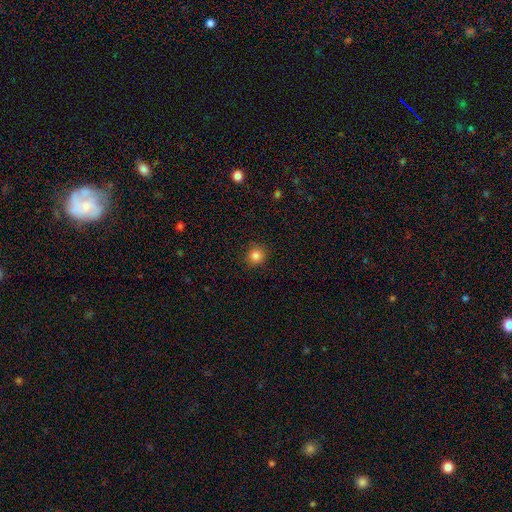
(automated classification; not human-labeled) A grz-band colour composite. It shows a smooth galaxy with no disk features (84%) that is round (90%). Merging: none (89%).